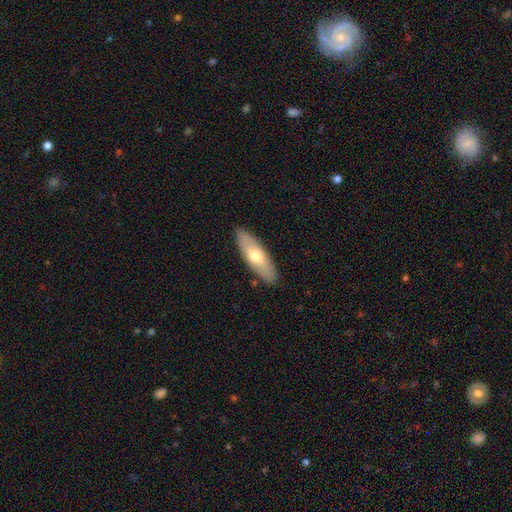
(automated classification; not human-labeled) Smooth or featured?
  - smooth: 59% *
  - featured or disk: 35%
  - star or artifact: 6%
How rounded?
  - in between: 56% *
  - cigar-shaped: 42%
  - round: 2%
Merging?
  - none: 89% *
  - minor disturbance: 8%
  - major disturbance: 2%
  - merger: 1%